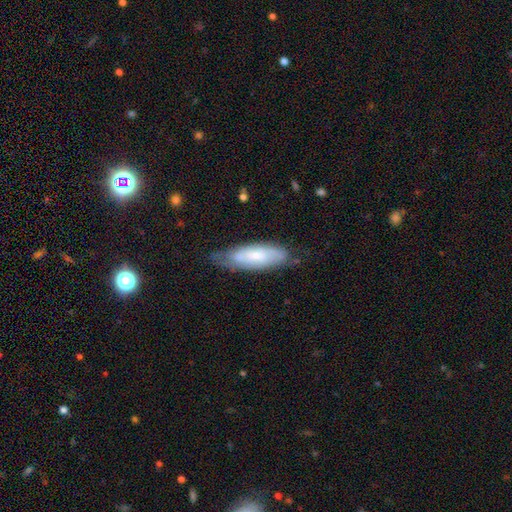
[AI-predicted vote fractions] Q: Smooth or featured?
A: featured or disk (51%); runner-up: smooth (43%)
Q: Edge-on disk?
A: no (78%); runner-up: yes (22%)
Q: Merging?
A: none (63%); runner-up: minor disturbance (28%)